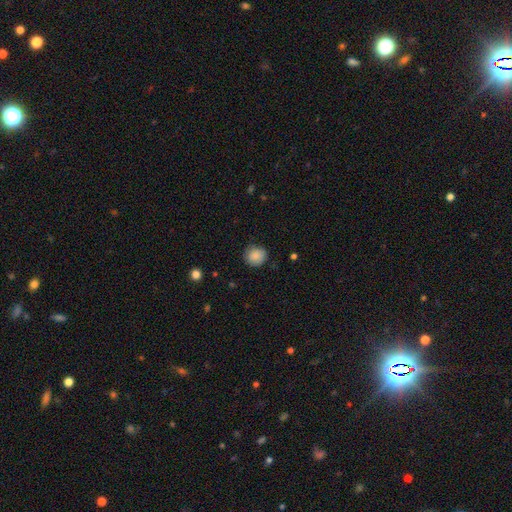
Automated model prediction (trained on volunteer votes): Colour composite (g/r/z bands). It shows a smooth galaxy with no disk features (88%) that is round (88%). Merging: none (85%).